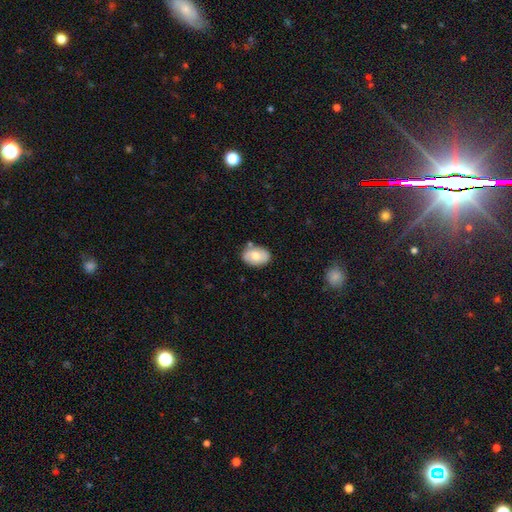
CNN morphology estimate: smooth 72%, featured or disk 21%, star or artifact 7%. Down the decision tree: how rounded — in between (82%); merging — none (76%).